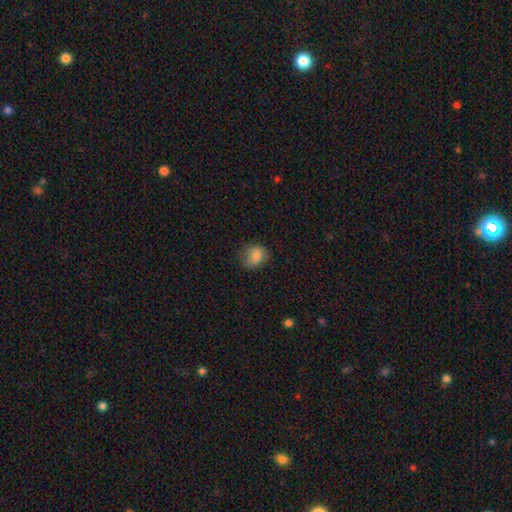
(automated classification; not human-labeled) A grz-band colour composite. It shows a smooth galaxy with no disk features (82%) that is round (62%). Merging: none (66%).